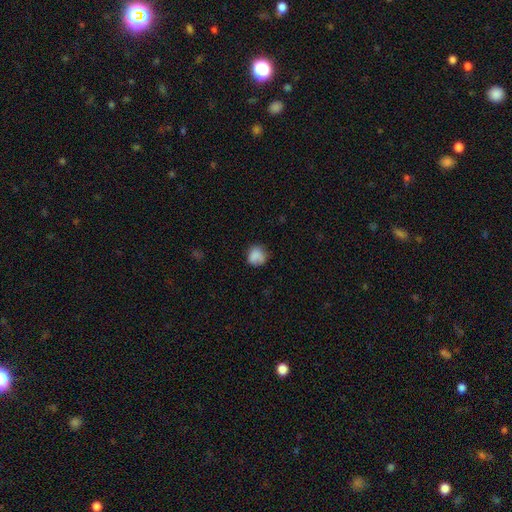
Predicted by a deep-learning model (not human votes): Morphology: type=smooth (85%); roundness=round (81%); merging=none (71%).